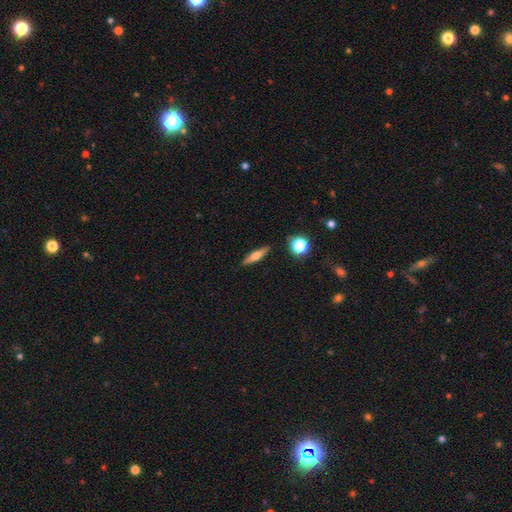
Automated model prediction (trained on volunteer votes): A smooth galaxy with no disk features (53%) that is cigar-shaped (76%).

Vote fractions:
- Smooth or featured? smooth: 53% / featured or disk: 39% / star or artifact: 8%
- How rounded? cigar-shaped: 76% / in between: 19% / round: 5%
- Merging? none: 88% / minor disturbance: 8% / major disturbance: 2% / merger: 2%